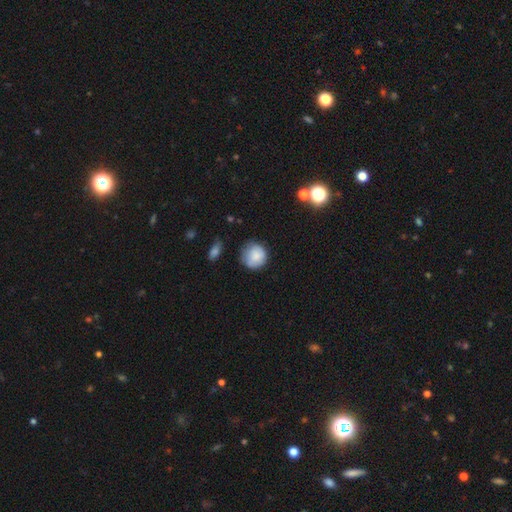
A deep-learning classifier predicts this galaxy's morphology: The model was most divided on "merging": none: 67%, minor disturbance: 25%, major disturbance: 6%, merger: 2%. More confident: how rounded — round (90%); smooth or featured — smooth (82%).